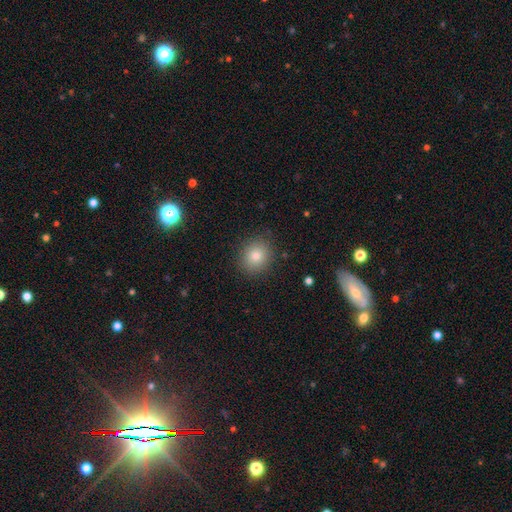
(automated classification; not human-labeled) Smooth or featured? smooth (81%)
How rounded? round (77%)
Merging? none (89%)